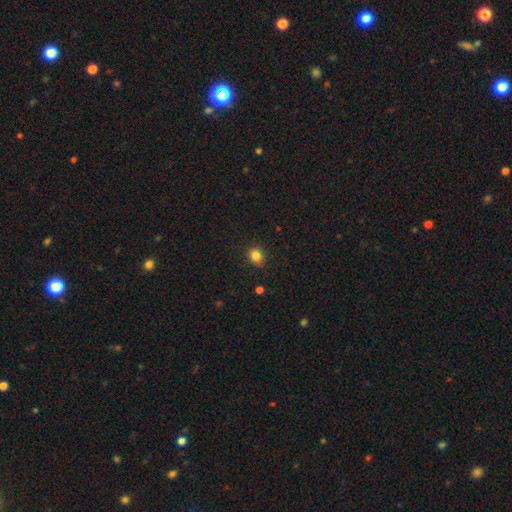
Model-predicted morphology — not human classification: Q: Smooth or featured?
A: smooth (84%); runner-up: star or artifact (12%)
Q: How rounded?
A: round (75%); runner-up: in between (24%)
Q: Merging?
A: none (84%); runner-up: minor disturbance (12%)